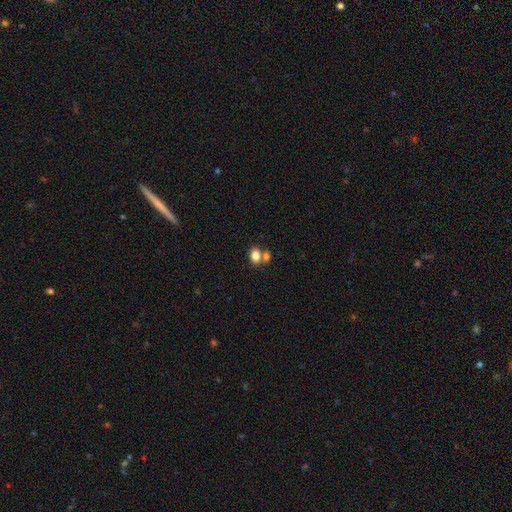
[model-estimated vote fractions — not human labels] A smooth galaxy with no disk features (83%) that is in between round and cigar-shaped (74%).

Vote fractions:
- Smooth or featured? smooth: 83% / star or artifact: 10% / featured or disk: 8%
- How rounded? in between: 74% / round: 25% / cigar-shaped: 1%
- Merging? none: 49% / merger: 37% / minor disturbance: 10% / major disturbance: 4%